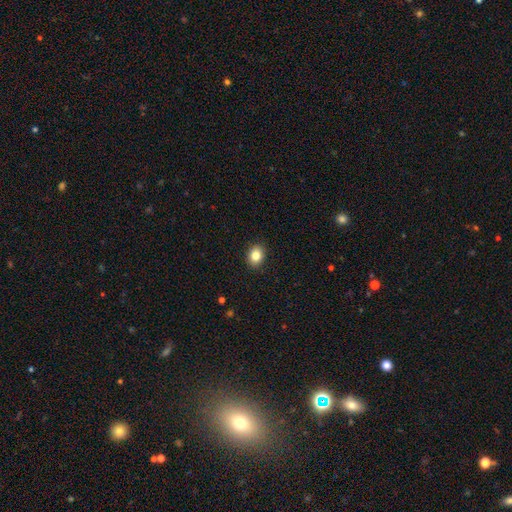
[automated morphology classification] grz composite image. It shows a smooth galaxy with no disk features (84%) that is in between round and cigar-shaped (59%). Merging: none (90%).